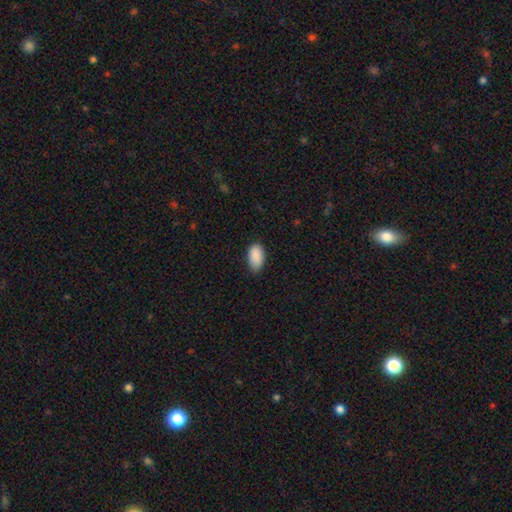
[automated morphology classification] Smooth or featured?
  - smooth: 90% *
  - star or artifact: 7%
  - featured or disk: 4%
How rounded?
  - in between: 95% *
  - round: 4%
  - cigar-shaped: 2%
Merging?
  - none: 76% *
  - minor disturbance: 20%
  - major disturbance: 3%
  - merger: 1%